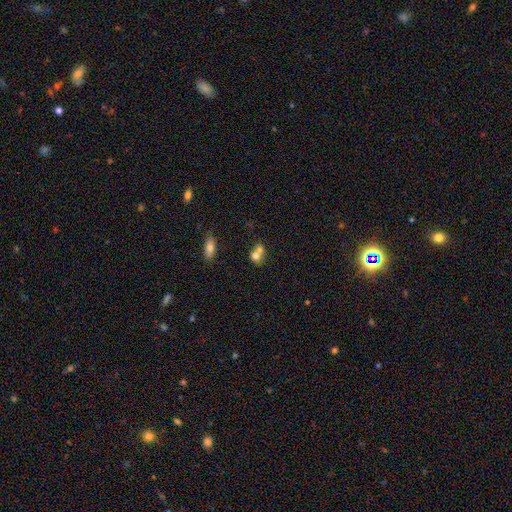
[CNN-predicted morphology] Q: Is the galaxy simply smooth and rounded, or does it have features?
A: smooth — 71%.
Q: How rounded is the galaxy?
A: round — 65%.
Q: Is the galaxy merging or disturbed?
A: merger — 61%.